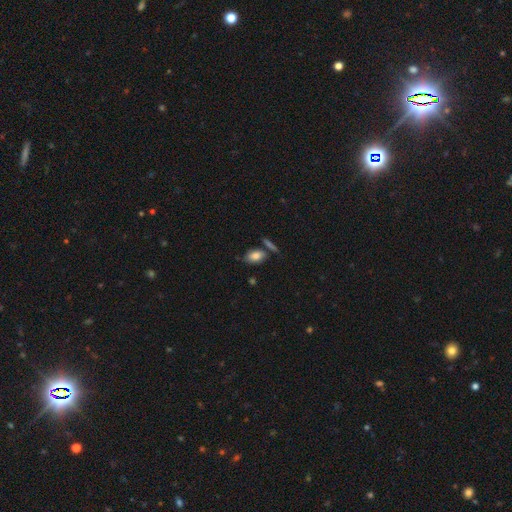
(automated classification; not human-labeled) Smooth or featured? Predicted: smooth (p=0.81). How rounded? Predicted: in between (p=0.87). Merging? Predicted: none (p=0.67).